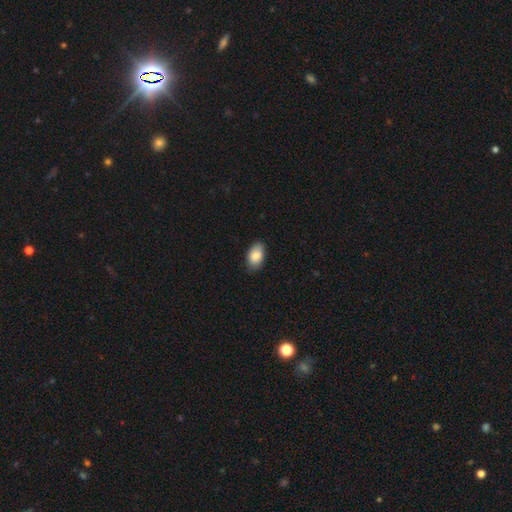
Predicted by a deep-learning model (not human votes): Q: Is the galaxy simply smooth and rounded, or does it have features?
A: smooth — 86%.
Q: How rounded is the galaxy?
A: in between — 92%.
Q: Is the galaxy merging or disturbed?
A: none — 84%.